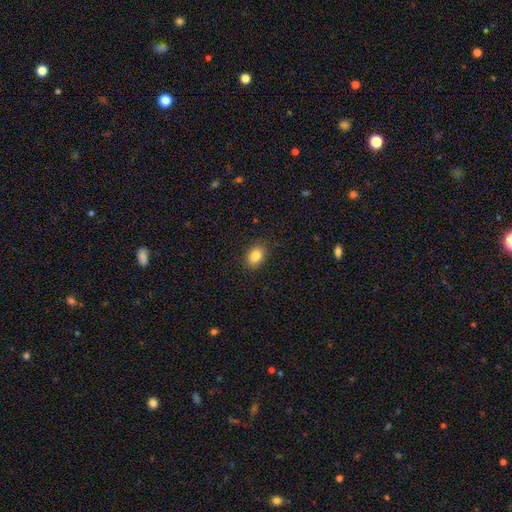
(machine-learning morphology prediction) smooth_or_featured: smooth (p=0.84) [alt: star or artifact p=0.09]
how_rounded: in between (p=0.76) [alt: round p=0.23]
merging: none (p=0.87) [alt: minor disturbance p=0.10]